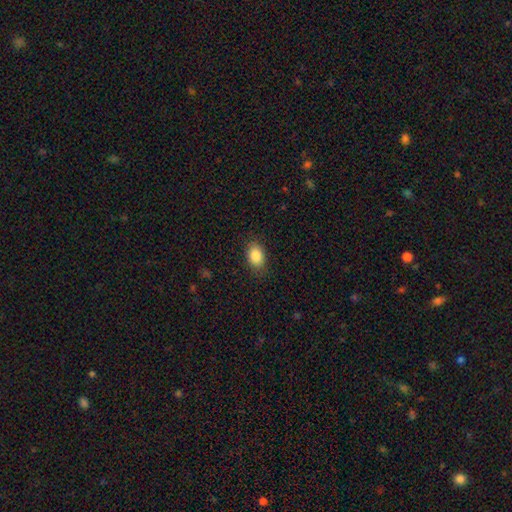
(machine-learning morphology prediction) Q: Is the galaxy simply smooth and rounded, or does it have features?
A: smooth — 87%.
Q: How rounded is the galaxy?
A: in between — 82%.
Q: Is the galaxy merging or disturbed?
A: none — 85%.